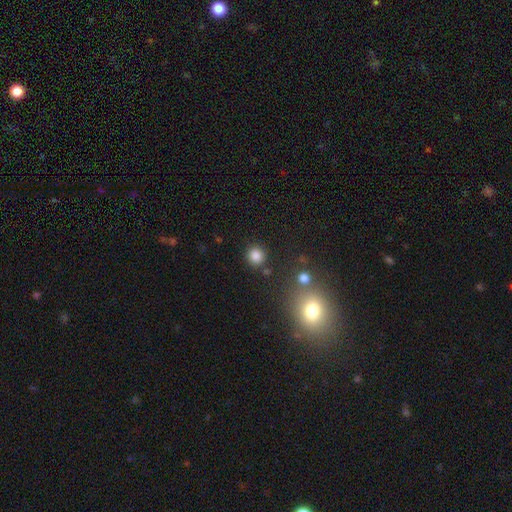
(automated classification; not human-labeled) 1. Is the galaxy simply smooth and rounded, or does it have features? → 83% smooth, 13% star or artifact, 4% featured or disk.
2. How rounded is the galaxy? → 91% round, 8% in between, 1% cigar-shaped.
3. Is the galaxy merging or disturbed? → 85% none, 8% minor disturbance, 5% merger, 3% major disturbance.